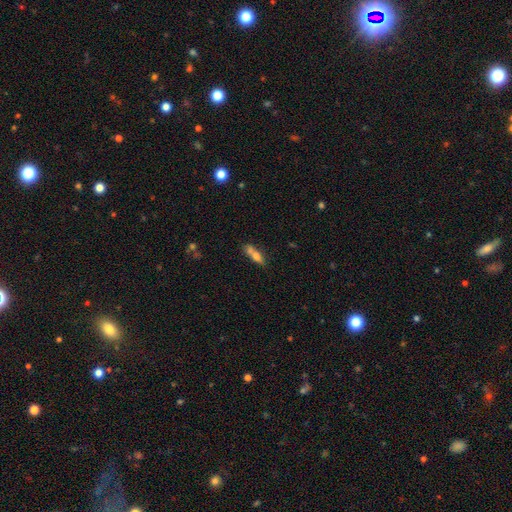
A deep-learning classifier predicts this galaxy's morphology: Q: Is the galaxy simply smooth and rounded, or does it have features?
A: smooth — 65%.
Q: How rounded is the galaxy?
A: in between — 50%.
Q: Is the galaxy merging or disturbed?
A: none — 39%.